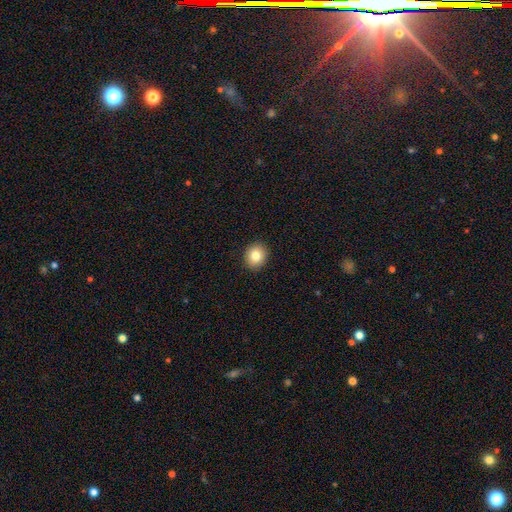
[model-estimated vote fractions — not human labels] Overall: smooth (82%). How rounded: round (74%). Merging: none (92%).